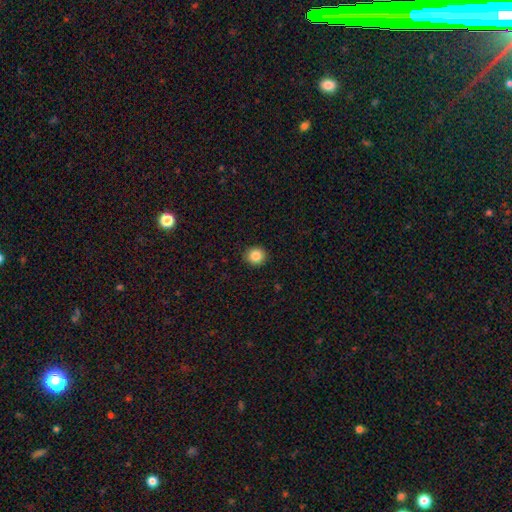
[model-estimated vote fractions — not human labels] Smooth or featured? Predicted: smooth (p=0.86). How rounded? Predicted: round (p=0.89). Merging? Predicted: none (p=0.92).